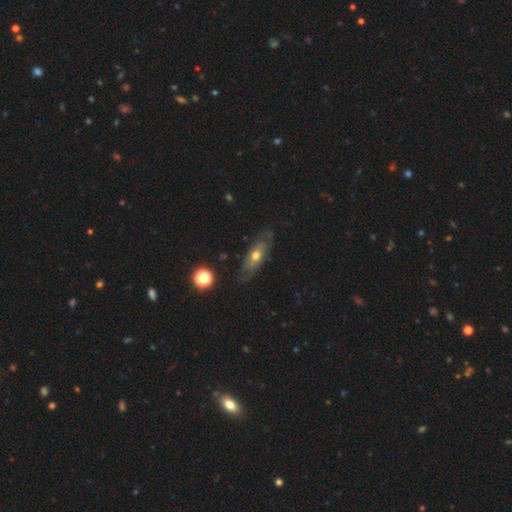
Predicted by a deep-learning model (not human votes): This is possibly a featured or disk galaxy (50%). It is likely not viewed edge-on (70%). Merging: likely none (72%).